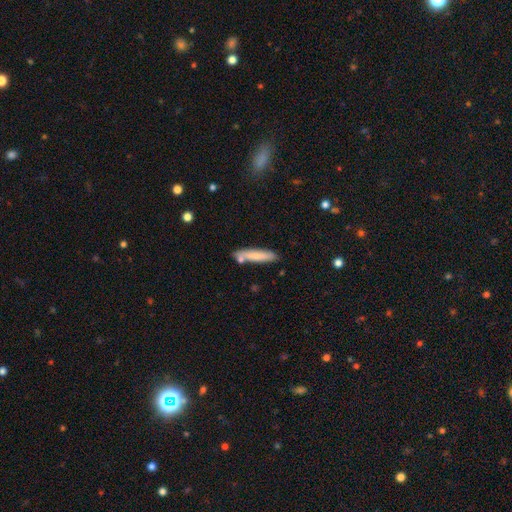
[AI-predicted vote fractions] Smooth or featured? smooth (77%)
How rounded? cigar-shaped (84%)
Merging? none (75%)